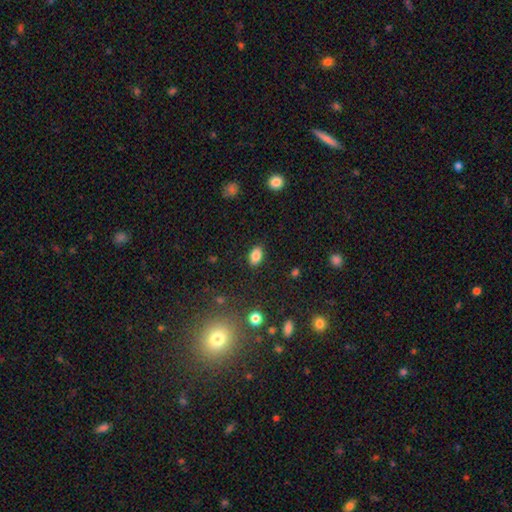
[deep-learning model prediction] Overall: smooth (85%). How rounded: in between (89%). Merging: none (87%).